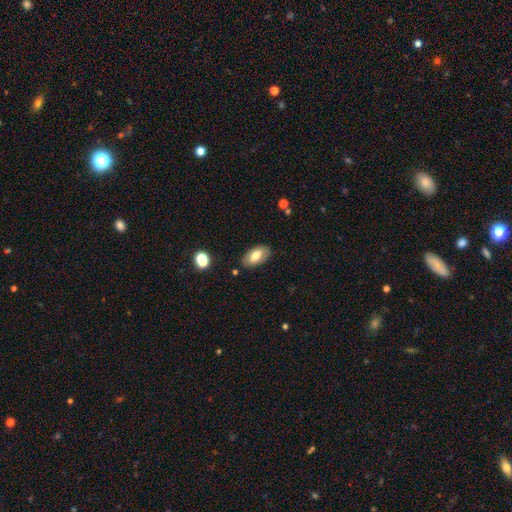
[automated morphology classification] Smooth or featured: smooth — 71% (featured or disk — 22%)
How rounded: in between — 93% (round — 4%)
Merging: none — 84% (minor disturbance — 11%)